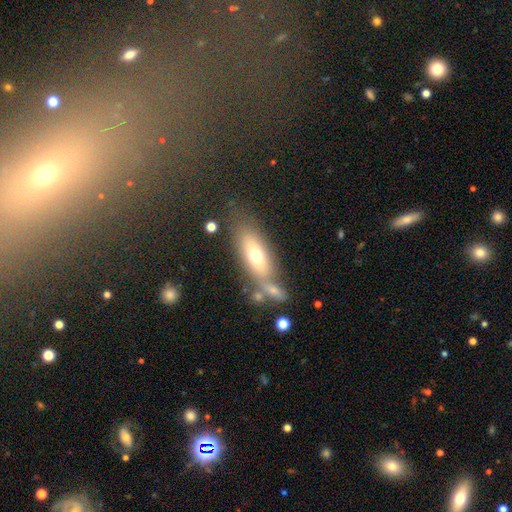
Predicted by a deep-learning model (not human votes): This is likely a smooth galaxy (63%). How rounded: likely in between (73%). Merging: possibly none (54%).